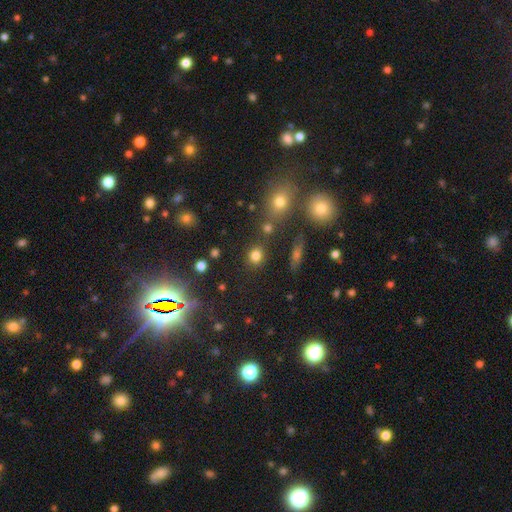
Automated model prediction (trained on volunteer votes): Q: Smooth or featured?
A: smooth (80%); runner-up: star or artifact (14%)
Q: How rounded?
A: round (82%); runner-up: in between (17%)
Q: Merging?
A: none (81%); runner-up: minor disturbance (9%)